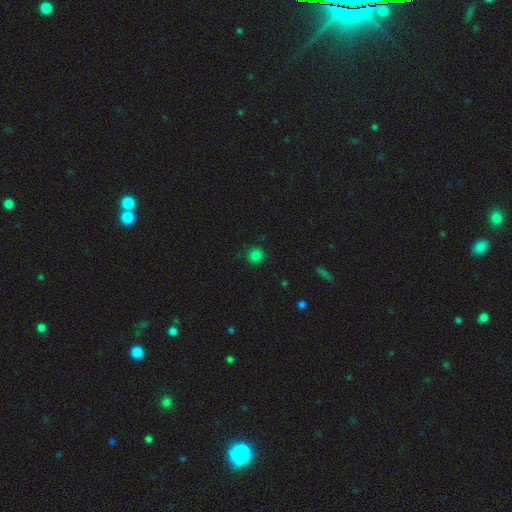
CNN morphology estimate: smooth-or-featured: smooth: 82% | star or artifact: 14% | featured or disk: 4%
  how-rounded: round: 94% | in between: 5% | cigar-shaped: 1%
  merging: none: 89% | minor disturbance: 7% | major disturbance: 2% | merger: 1%